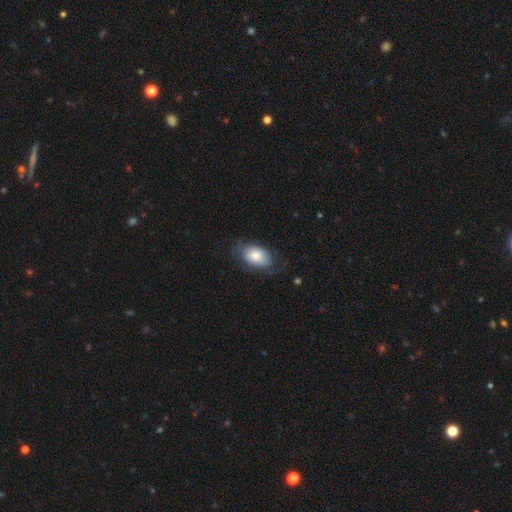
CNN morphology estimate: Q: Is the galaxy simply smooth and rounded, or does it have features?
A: smooth — 70%.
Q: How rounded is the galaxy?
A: in between — 87%.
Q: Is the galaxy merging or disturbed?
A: none — 61%.